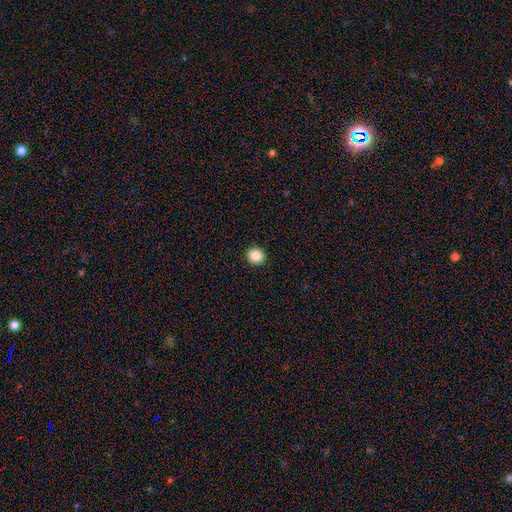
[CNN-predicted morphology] smooth-or-featured: smooth: 86% | star or artifact: 10% | featured or disk: 4%
  how-rounded: round: 85% | in between: 14% | cigar-shaped: 1%
  merging: none: 93% | minor disturbance: 5% | major disturbance: 2% | merger: 1%